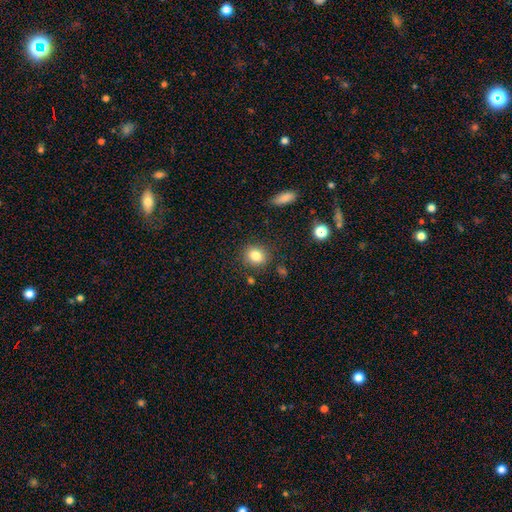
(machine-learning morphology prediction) Smooth or featured? Predicted: smooth (p=0.82). How rounded? Predicted: round (p=0.69). Merging? Predicted: none (p=0.85).